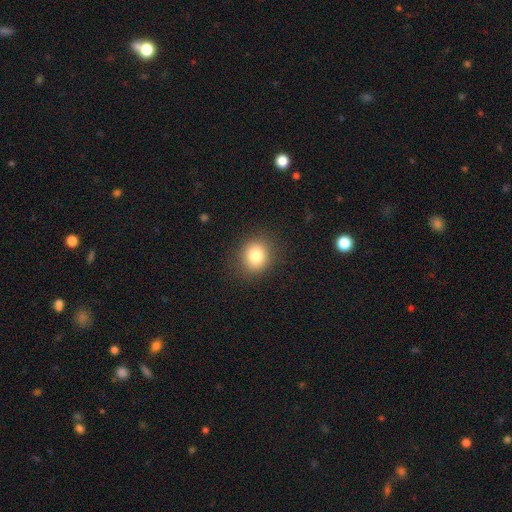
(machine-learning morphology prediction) Smooth or featured? Predicted: smooth (p=0.82). How rounded? Predicted: round (p=0.77). Merging? Predicted: none (p=0.88).